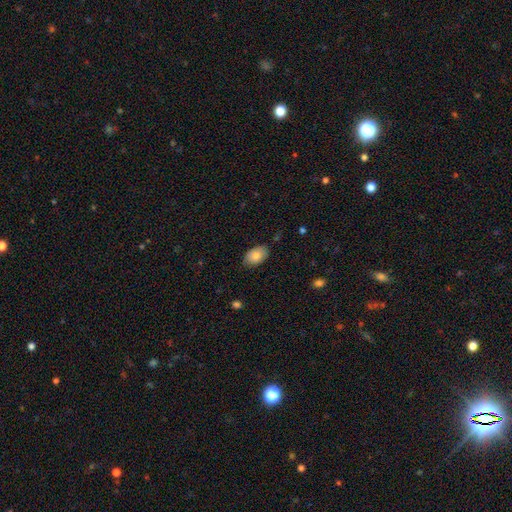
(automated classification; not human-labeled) smooth_or_featured: smooth (p=0.83) [alt: featured or disk p=0.11]
how_rounded: in between (p=0.91) [alt: round p=0.08]
merging: none (p=0.81) [alt: minor disturbance p=0.15]